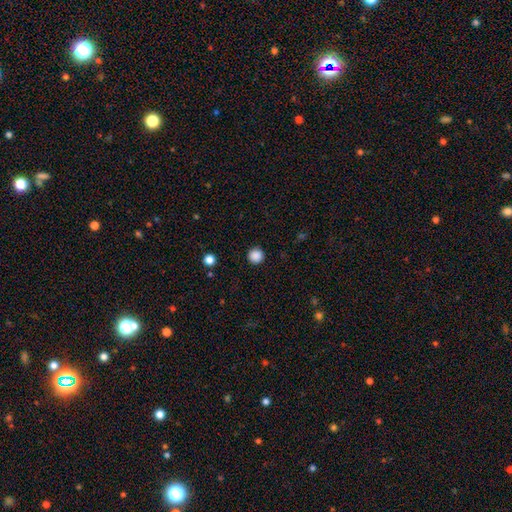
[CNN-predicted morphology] Smooth or featured? smooth (87%)
How rounded? round (96%)
Merging? none (93%)